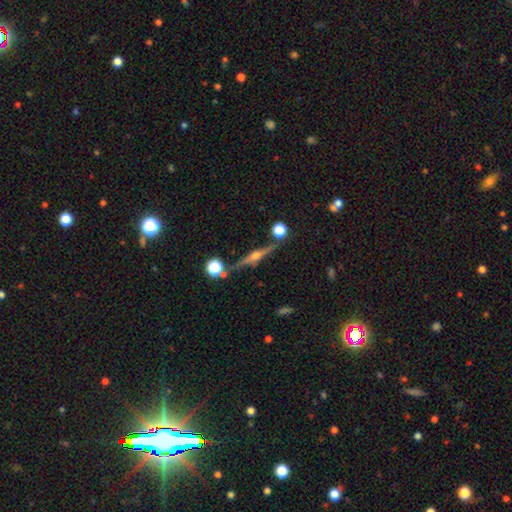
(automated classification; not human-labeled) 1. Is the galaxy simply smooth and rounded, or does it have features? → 81% featured or disk, 11% smooth, 9% star or artifact.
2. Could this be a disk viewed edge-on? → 97% yes, 3% no.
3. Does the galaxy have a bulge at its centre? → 93% rounded, 4% boxy, 3% none.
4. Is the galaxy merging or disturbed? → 83% none, 10% minor disturbance, 5% merger, 2% major disturbance.